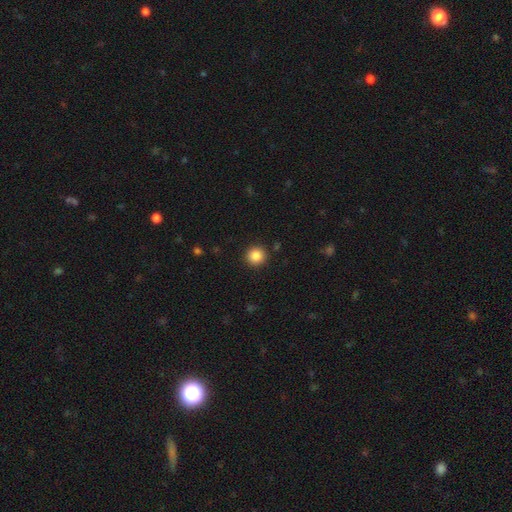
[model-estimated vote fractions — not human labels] smooth 86%, star or artifact 10%, featured or disk 4%. Down the decision tree: how rounded — round (95%); merging — none (92%).